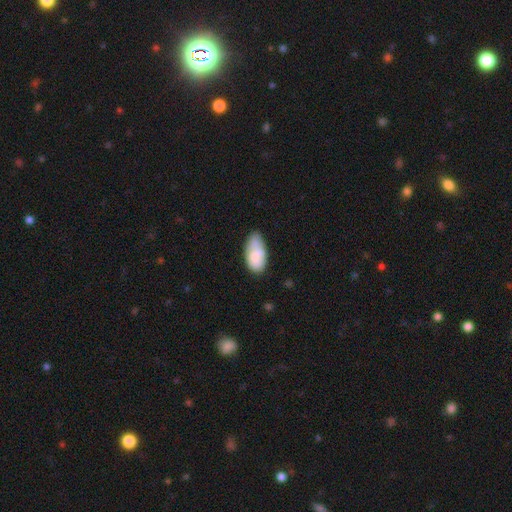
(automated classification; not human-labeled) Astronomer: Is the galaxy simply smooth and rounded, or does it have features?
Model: smooth — 78%.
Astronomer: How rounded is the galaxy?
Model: in between — 94%.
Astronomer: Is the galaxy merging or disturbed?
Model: none — 48% (runner-up: minor disturbance, 36%).